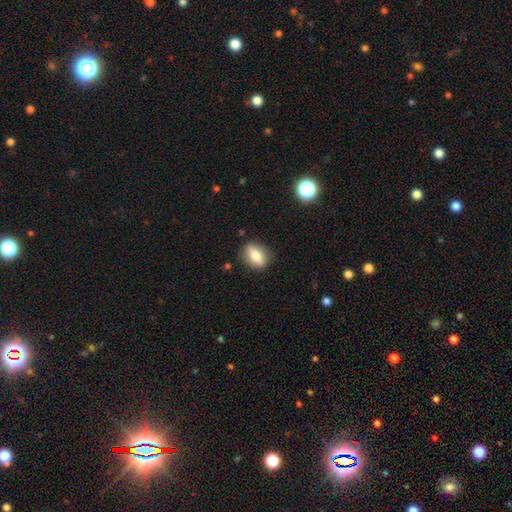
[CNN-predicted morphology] This is likely a smooth galaxy (72%). How rounded: likely in between (72%). Merging: clearly none (83%).